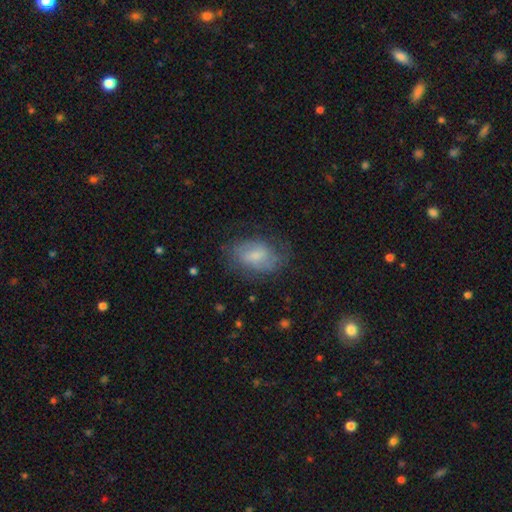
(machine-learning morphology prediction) This appears to be a smooth galaxy with no disk features (52%) that is in between round and cigar-shaped (87%). Merging: none (61%).